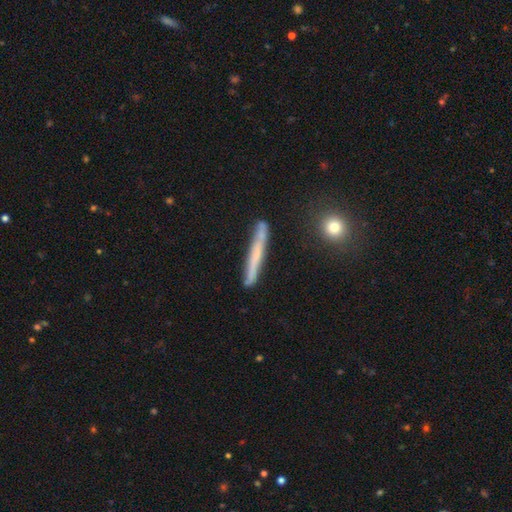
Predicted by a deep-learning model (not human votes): This appears to be a smooth galaxy with no disk features (49%). Merging: none (84%).